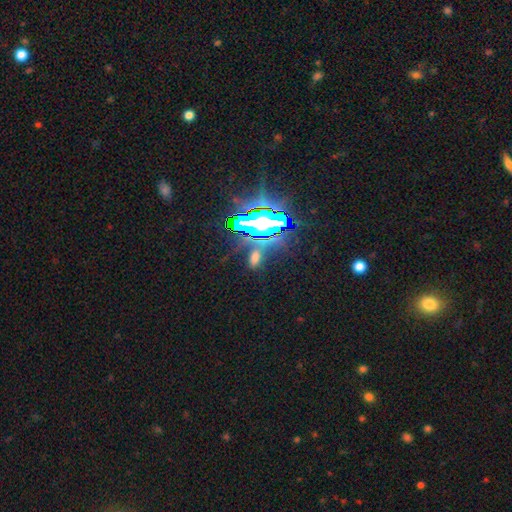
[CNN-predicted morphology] Smooth or featured: star or artifact — 69% (smooth — 20%)